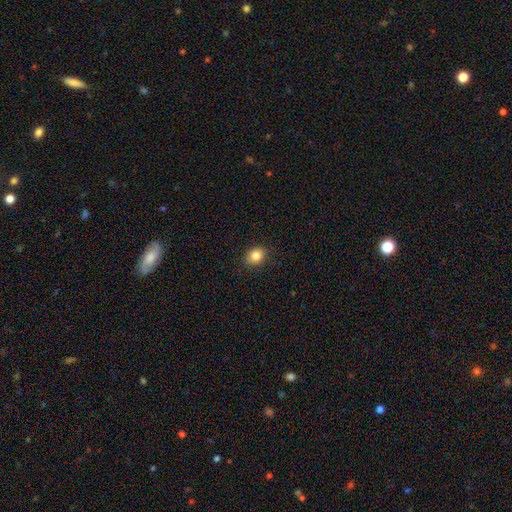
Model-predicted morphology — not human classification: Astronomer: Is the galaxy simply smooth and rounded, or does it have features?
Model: smooth — 84%.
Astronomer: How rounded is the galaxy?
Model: in between — 51% (runner-up: round, 48%).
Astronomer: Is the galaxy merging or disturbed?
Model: none — 88%.